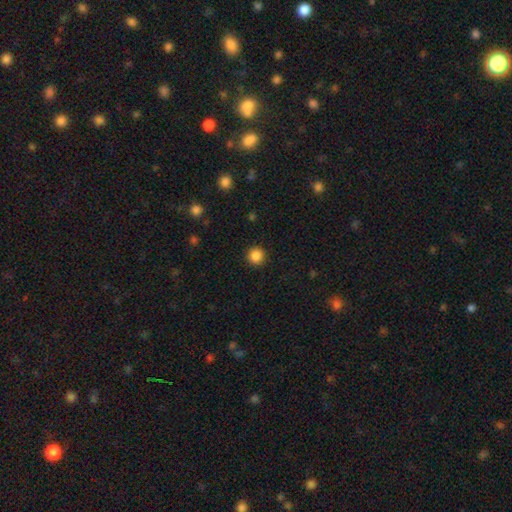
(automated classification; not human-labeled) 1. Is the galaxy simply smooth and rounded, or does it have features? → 86% smooth, 11% star or artifact, 3% featured or disk.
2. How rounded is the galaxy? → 95% round, 4% in between, 1% cigar-shaped.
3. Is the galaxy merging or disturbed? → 92% none, 5% minor disturbance, 2% major disturbance, 1% merger.